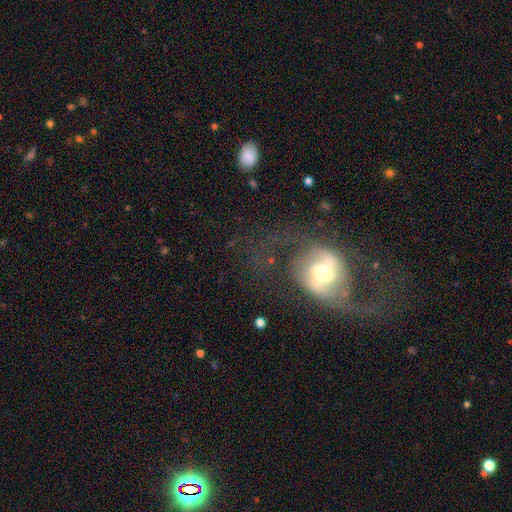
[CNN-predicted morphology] type=featured or disk (82%); edge-on=no (96%); bar=no (39%, tied with weak); spiral arms=yes (89%); winding=loose (57%); arm count=2 (92%); bulge=moderate (56%); merging=none (64%).